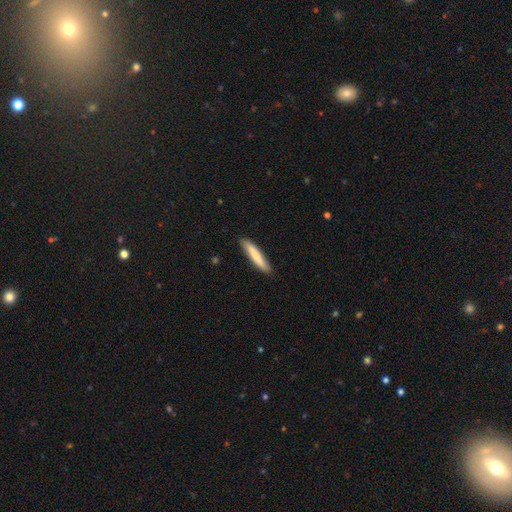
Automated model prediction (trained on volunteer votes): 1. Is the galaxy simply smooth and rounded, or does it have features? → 77% smooth, 17% featured or disk, 5% star or artifact.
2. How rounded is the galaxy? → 89% cigar-shaped, 9% in between, 1% round.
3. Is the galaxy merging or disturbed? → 89% none, 9% minor disturbance, 1% major disturbance, 1% merger.